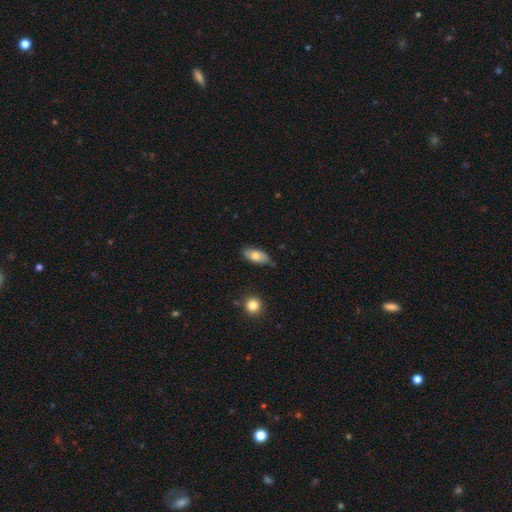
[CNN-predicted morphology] A smooth galaxy with no disk features (75%) that is in between round and cigar-shaped (88%).

Vote fractions:
- Smooth or featured? smooth: 75% / featured or disk: 19% / star or artifact: 7%
- How rounded? in between: 88% / cigar-shaped: 9% / round: 3%
- Merging? none: 76% / minor disturbance: 19% / major disturbance: 3% / merger: 2%